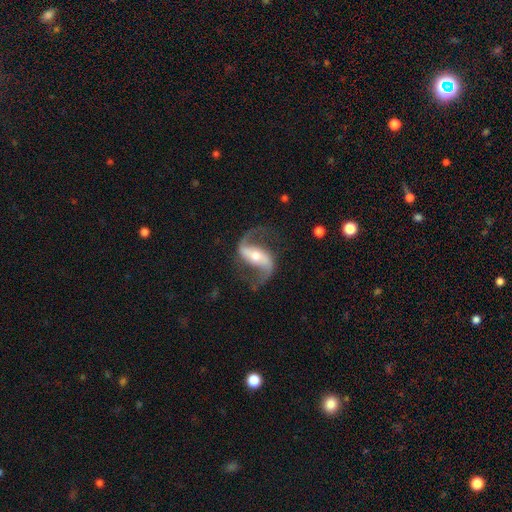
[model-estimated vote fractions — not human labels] A featured or disk galaxy (92%) with a strong bar (54%), 2 (94%) loose (61%) spiral arms (97%) and a moderate central bulge (53%).

Vote fractions:
- Smooth or featured? featured or disk: 92% / smooth: 4% / star or artifact: 4%
- Edge-on disk? no: 97% / yes: 3%
- Bar? strong: 54% / weak: 28% / no: 17%
- Spiral arms? yes: 97% / no: 3%
- Spiral winding? loose: 61% / medium: 33% / tight: 7%
- Spiral arm count? 2: 94% / 1: 2% / can't tell: 1% / 3: 1% / 4: 1% / more than 4: 1%
- Bulge size? moderate: 53% / small: 38% / large: 6% / none: 2% / dominant: 1%
- Merging? none: 80% / minor disturbance: 11% / major disturbance: 7% / merger: 2%